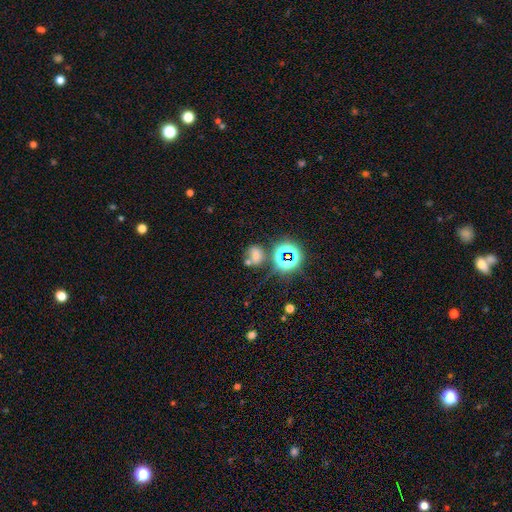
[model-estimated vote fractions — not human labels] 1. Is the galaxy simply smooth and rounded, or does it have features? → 51% smooth, 35% star or artifact, 14% featured or disk.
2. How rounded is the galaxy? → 60% in between, 38% round, 2% cigar-shaped.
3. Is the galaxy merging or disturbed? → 51% none, 23% merger, 17% minor disturbance, 10% major disturbance.